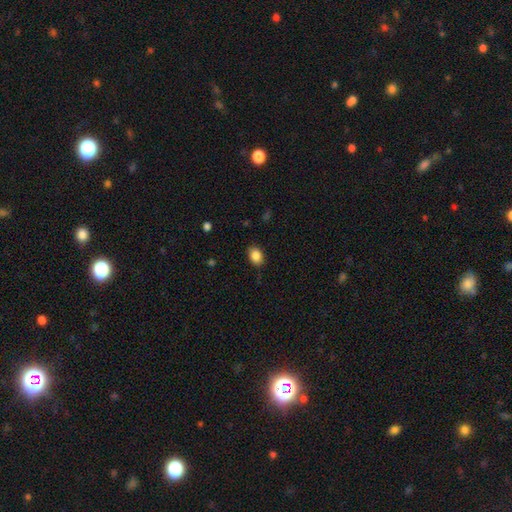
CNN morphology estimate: smooth_or_featured: smooth (p=0.86) [alt: star or artifact p=0.08]
how_rounded: in between (p=0.72) [alt: round p=0.27]
merging: none (p=0.85) [alt: minor disturbance p=0.11]